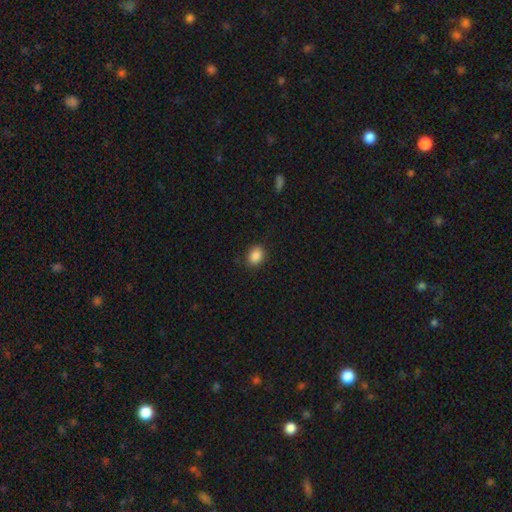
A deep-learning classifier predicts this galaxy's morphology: Smooth or featured? smooth (88%)
How rounded? in between (55%)
Merging? none (85%)